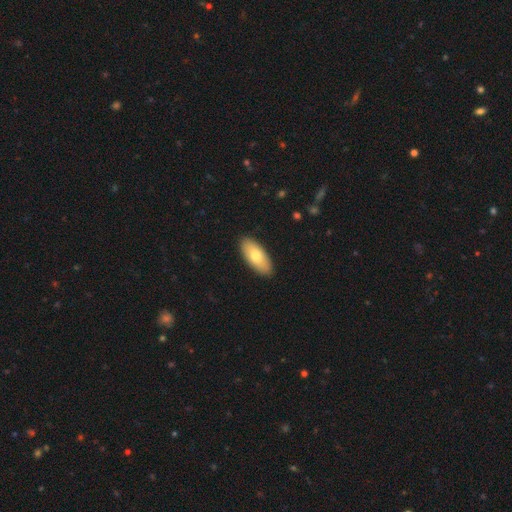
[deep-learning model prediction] The model was most divided on "smooth or featured": smooth: 74%, featured or disk: 21%, star or artifact: 5%. More confident: merging — none (90%); how rounded — in between (88%).